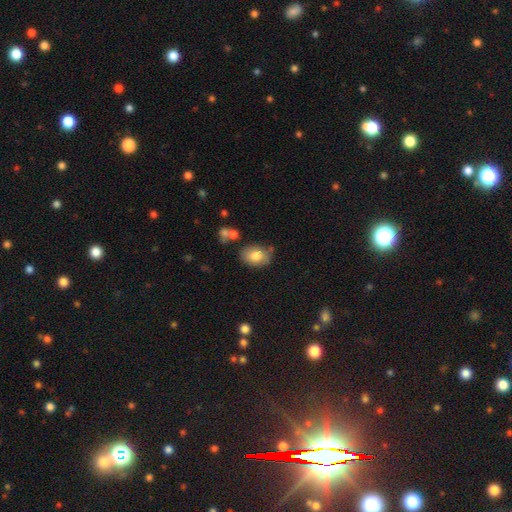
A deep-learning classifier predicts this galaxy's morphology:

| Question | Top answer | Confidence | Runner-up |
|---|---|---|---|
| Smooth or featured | smooth | 80% | featured or disk (13%) |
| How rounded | in between | 76% | round (23%) |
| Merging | none | 72% | minor disturbance (18%) |